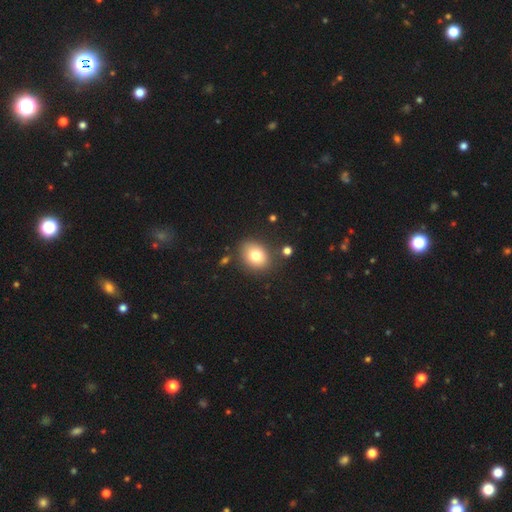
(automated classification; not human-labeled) Smooth or featured?
  - smooth: 78% *
  - featured or disk: 11%
  - star or artifact: 10%
How rounded?
  - in between: 51% *
  - round: 48%
  - cigar-shaped: 1%
Merging?
  - none: 81% *
  - minor disturbance: 11%
  - merger: 5%
  - major disturbance: 3%